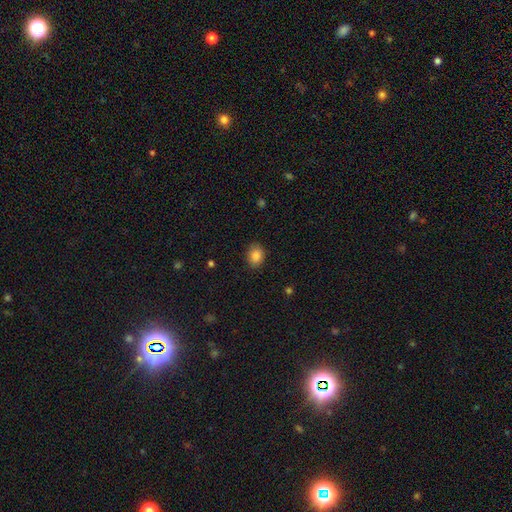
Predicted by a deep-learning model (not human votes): Q: Smooth or featured?
A: smooth (86%); runner-up: star or artifact (9%)
Q: How rounded?
A: in between (57%); runner-up: round (42%)
Q: Merging?
A: none (86%); runner-up: minor disturbance (11%)